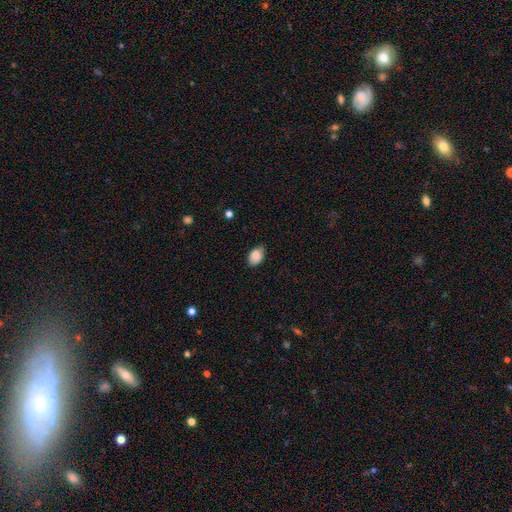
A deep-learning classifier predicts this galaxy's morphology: This appears to be a smooth galaxy with no disk features (87%) that is in between round and cigar-shaped (86%). Merging: none (81%).